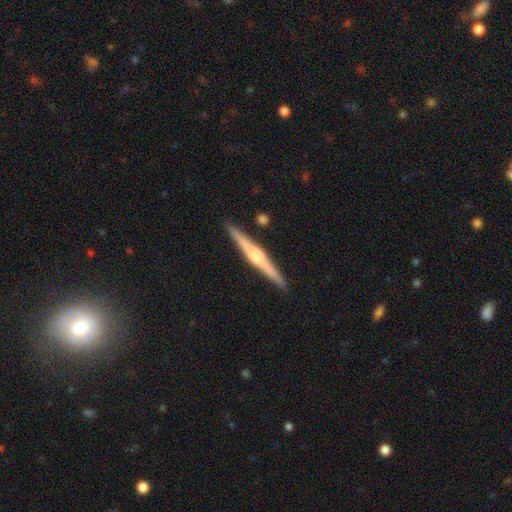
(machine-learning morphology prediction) featured or disk 70%, smooth 24%, star or artifact 6%. Down the decision tree: edge-on disk — yes (98%); edge-on bulge — rounded (69%); merging — none (91%).